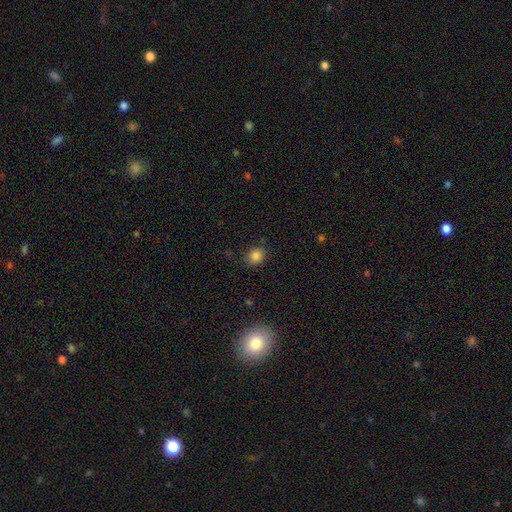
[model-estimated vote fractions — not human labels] This is clearly a smooth galaxy (83%). How rounded: likely round (61%). Merging: clearly none (82%).